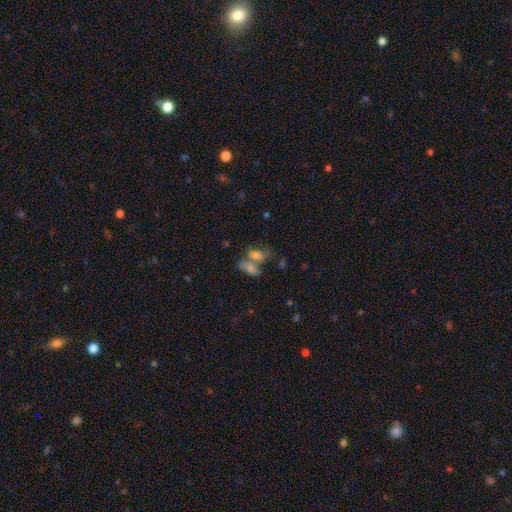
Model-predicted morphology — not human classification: A smooth galaxy with no disk features (62%) that is in between round and cigar-shaped (76%).

Vote fractions:
- Smooth or featured? smooth: 62% / featured or disk: 22% / star or artifact: 16%
- How rounded? in between: 76% / cigar-shaped: 12% / round: 12%
- Merging? merger: 50% / none: 36% / minor disturbance: 9% / major disturbance: 5%